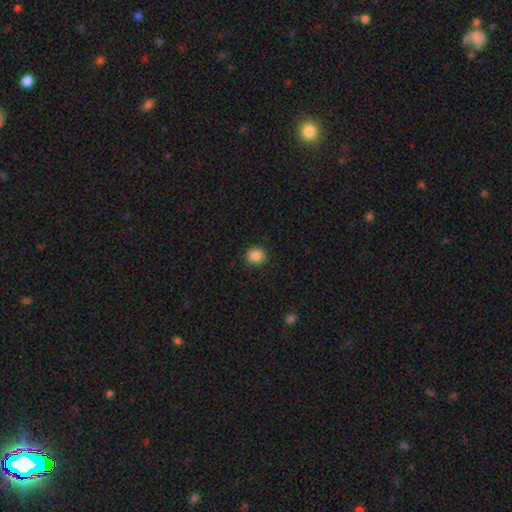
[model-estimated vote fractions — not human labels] smooth 87%, star or artifact 10%, featured or disk 3%. Down the decision tree: how rounded — round (83%); merging — none (89%).